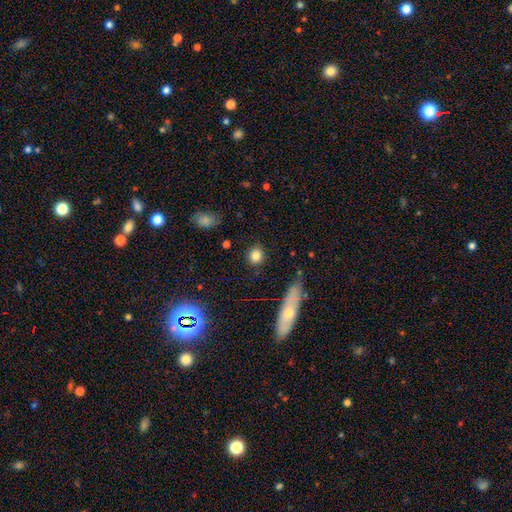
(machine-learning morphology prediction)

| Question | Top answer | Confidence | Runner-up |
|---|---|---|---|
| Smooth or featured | smooth | 83% | star or artifact (10%) |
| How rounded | round | 79% | in between (19%) |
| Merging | none | 88% | minor disturbance (8%) |